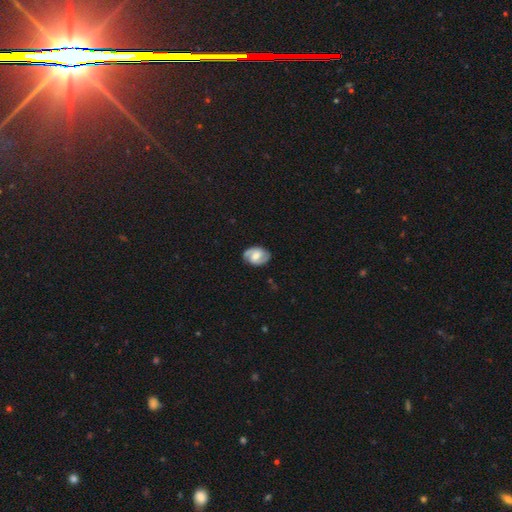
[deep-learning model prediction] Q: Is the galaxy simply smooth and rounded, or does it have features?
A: featured or disk — 74%.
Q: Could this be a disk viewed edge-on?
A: no — 97%.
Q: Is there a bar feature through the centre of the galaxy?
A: weak — 48%.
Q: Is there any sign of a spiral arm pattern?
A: yes — 92%.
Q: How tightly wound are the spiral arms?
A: medium — 47%.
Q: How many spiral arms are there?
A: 2 — 89%.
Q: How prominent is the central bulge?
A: moderate — 55%.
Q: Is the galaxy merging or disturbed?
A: none — 82%.